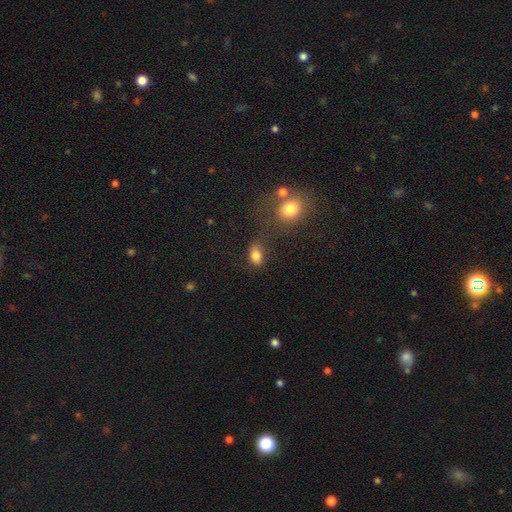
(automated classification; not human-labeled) This is clearly a smooth galaxy (81%). How rounded: likely in between (77%). Merging: likely none (64%).